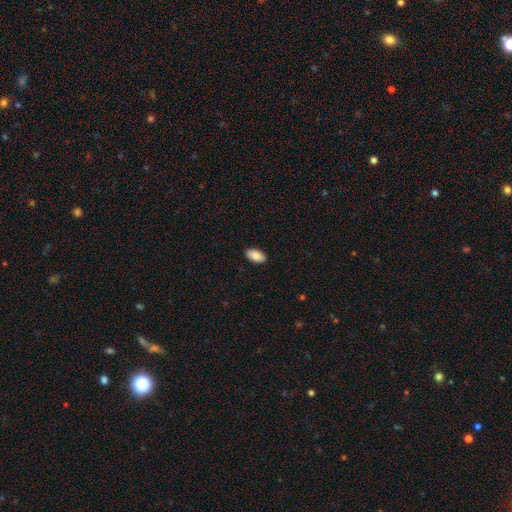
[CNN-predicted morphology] This is clearly a smooth galaxy (87%). How rounded: clearly in between (95%). Merging: clearly none (90%).